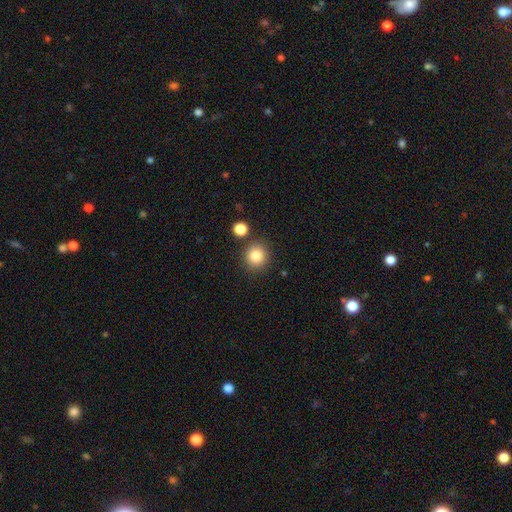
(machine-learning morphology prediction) smooth 84%, star or artifact 10%, featured or disk 6%. Down the decision tree: how rounded — round (91%); merging — none (84%).